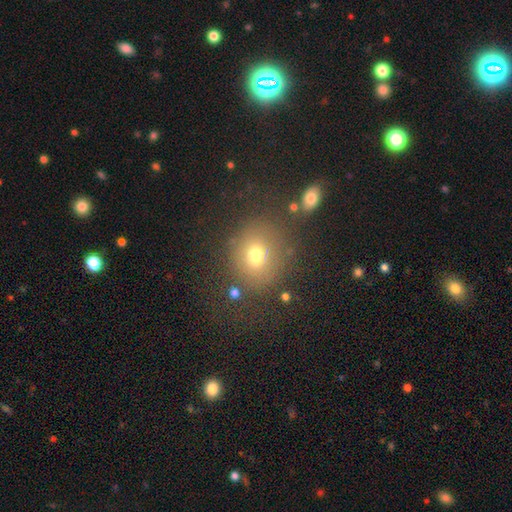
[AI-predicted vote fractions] Smooth or featured? smooth (71%)
How rounded? round (76%)
Merging? none (74%)